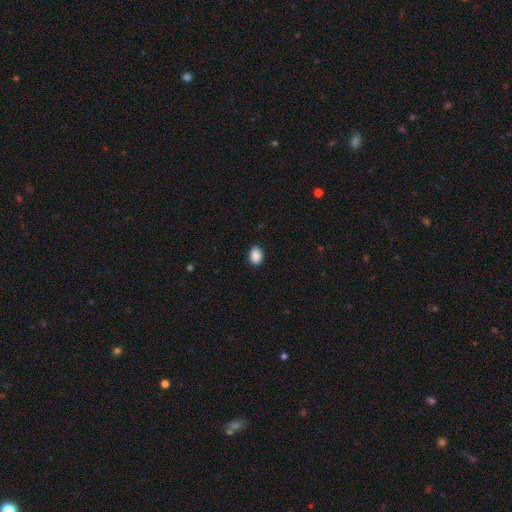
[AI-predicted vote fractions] A smooth galaxy with no disk features (90%) that is in between round and cigar-shaped (70%). Merging: none (90%).